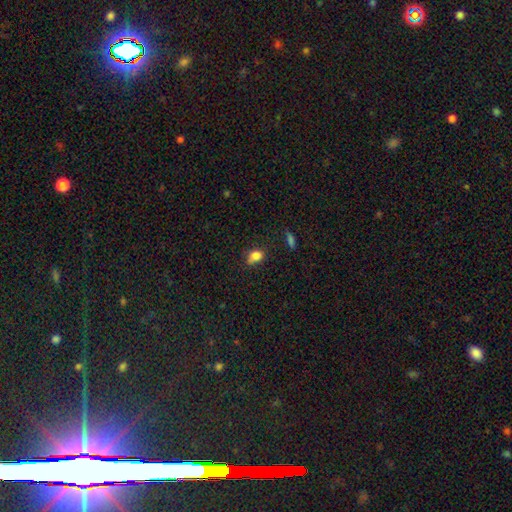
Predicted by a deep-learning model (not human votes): smooth-or-featured: smooth: 81% | star or artifact: 11% | featured or disk: 8%
  how-rounded: in between: 57% | round: 40% | cigar-shaped: 3%
  merging: none: 52% | minor disturbance: 33% | major disturbance: 10% | merger: 6%